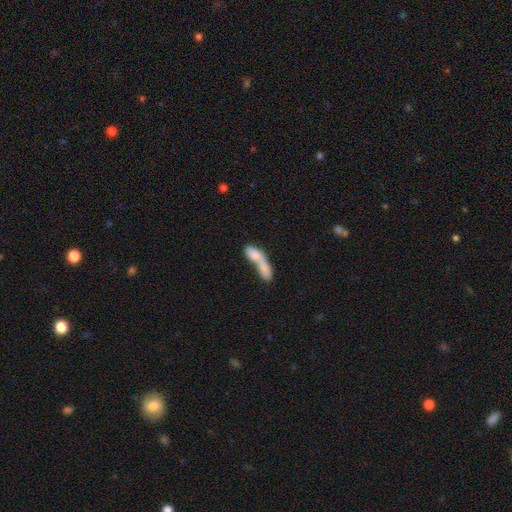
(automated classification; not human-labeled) This is likely a smooth galaxy (72%). How rounded: likely in between (60%). Merging: likely merger (74%).